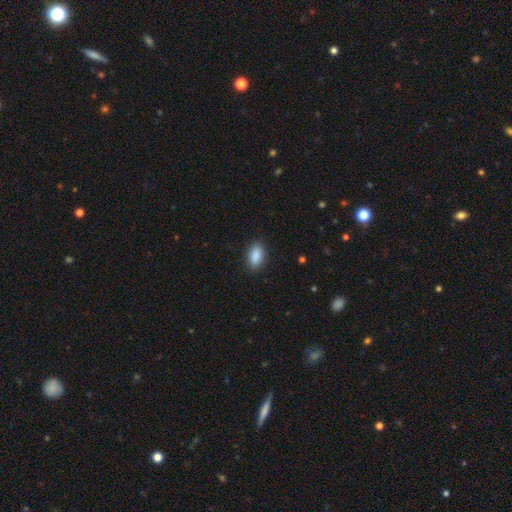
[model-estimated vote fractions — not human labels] Q: Smooth or featured?
A: smooth (89%); runner-up: star or artifact (7%)
Q: How rounded?
A: in between (90%); runner-up: cigar-shaped (6%)
Q: Merging?
A: none (87%); runner-up: minor disturbance (10%)